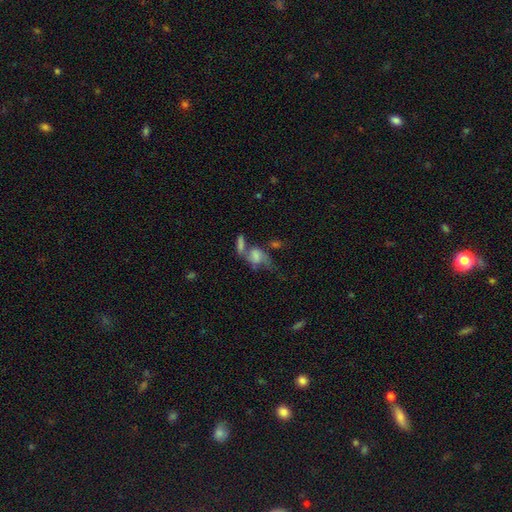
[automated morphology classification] type=smooth (48%); merging=merger (45%).